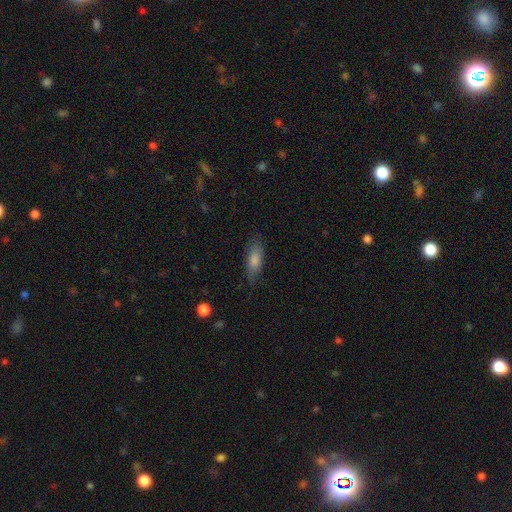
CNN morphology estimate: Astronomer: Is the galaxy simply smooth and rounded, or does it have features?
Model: smooth — 67%.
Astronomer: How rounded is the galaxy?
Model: in between — 57% (runner-up: cigar-shaped, 40%).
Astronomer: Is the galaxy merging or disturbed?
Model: none — 80%.